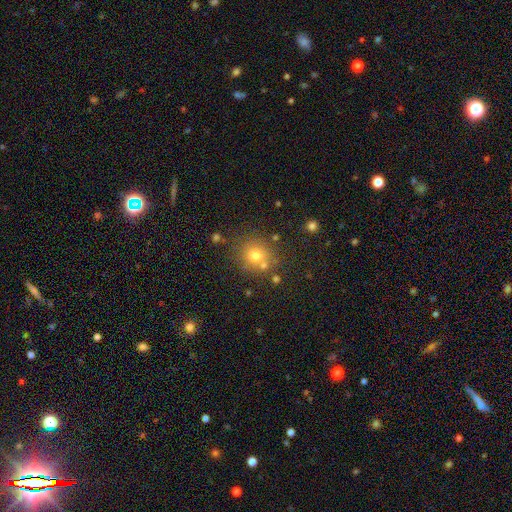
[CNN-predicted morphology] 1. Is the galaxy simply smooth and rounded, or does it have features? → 73% smooth, 17% star or artifact, 10% featured or disk.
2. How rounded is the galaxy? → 89% round, 11% in between, 1% cigar-shaped.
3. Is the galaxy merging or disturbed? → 74% none, 12% merger, 10% minor disturbance, 4% major disturbance.